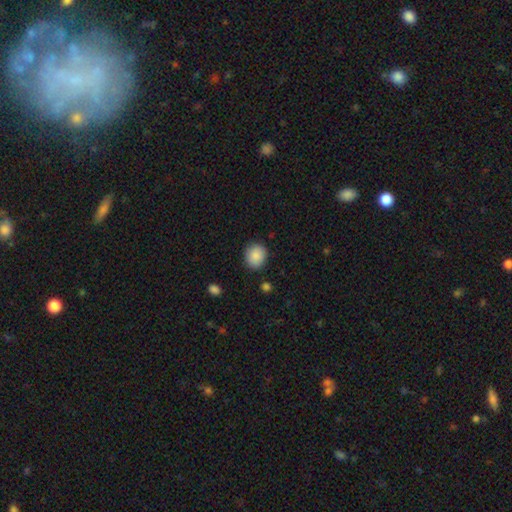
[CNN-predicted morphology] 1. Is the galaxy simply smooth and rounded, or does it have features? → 88% smooth, 8% star or artifact, 4% featured or disk.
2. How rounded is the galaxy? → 69% round, 30% in between, 1% cigar-shaped.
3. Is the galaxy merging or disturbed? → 86% none, 9% minor disturbance, 3% major disturbance, 1% merger.